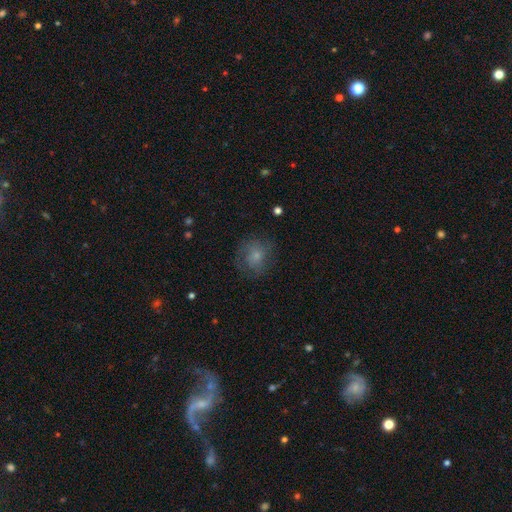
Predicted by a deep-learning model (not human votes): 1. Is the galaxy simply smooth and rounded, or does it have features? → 66% smooth, 24% featured or disk, 11% star or artifact.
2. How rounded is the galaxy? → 79% round, 20% in between, 1% cigar-shaped.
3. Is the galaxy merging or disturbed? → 68% none, 19% minor disturbance, 12% major disturbance, 1% merger.